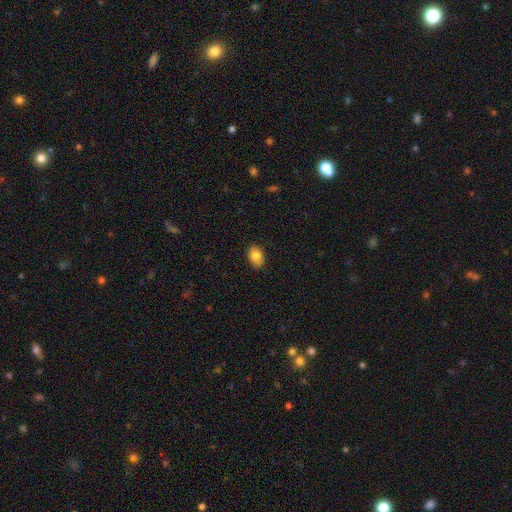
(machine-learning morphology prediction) Smooth or featured? Predicted: smooth (p=0.84). How rounded? Predicted: in between (p=0.81). Merging? Predicted: none (p=0.88).